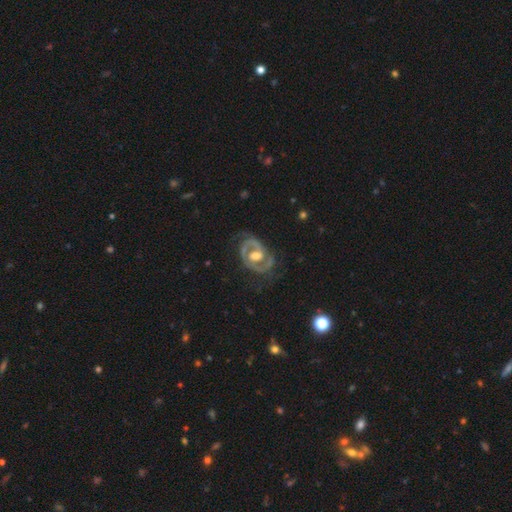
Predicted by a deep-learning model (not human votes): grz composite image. It shows a featured or disk galaxy (87%) with no bar (42%), 2 (84%) medium (47%) spiral arms (90%) and a moderate central bulge (64%). Merging: none (65%).